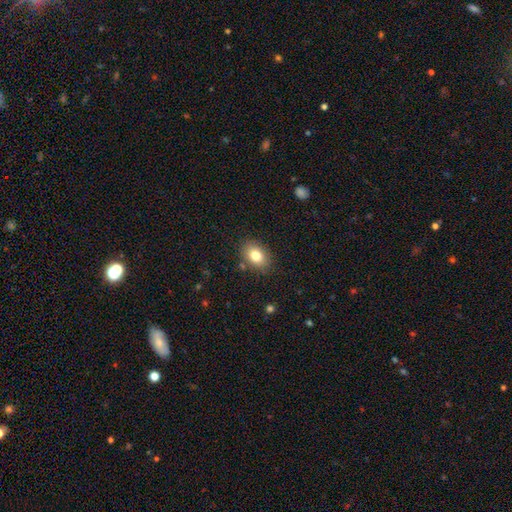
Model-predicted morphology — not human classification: type=smooth (80%); roundness=in between (76%); merging=none (84%).